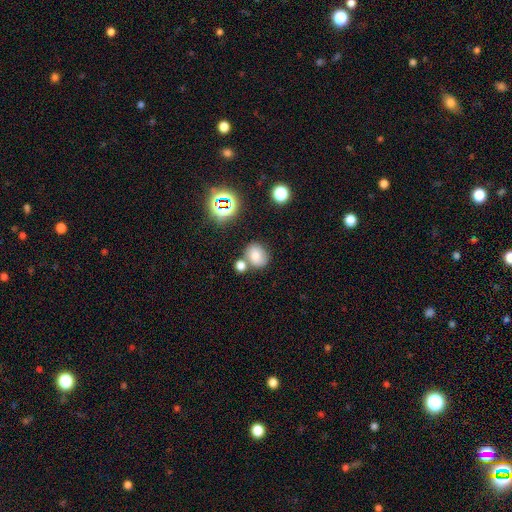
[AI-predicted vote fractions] A smooth galaxy with no disk features (70%) that is round (62%).

Vote fractions:
- Smooth or featured? smooth: 70% / star or artifact: 16% / featured or disk: 14%
- How rounded? round: 62% / in between: 37% / cigar-shaped: 1%
- Merging? none: 60% / merger: 22% / minor disturbance: 13% / major disturbance: 5%